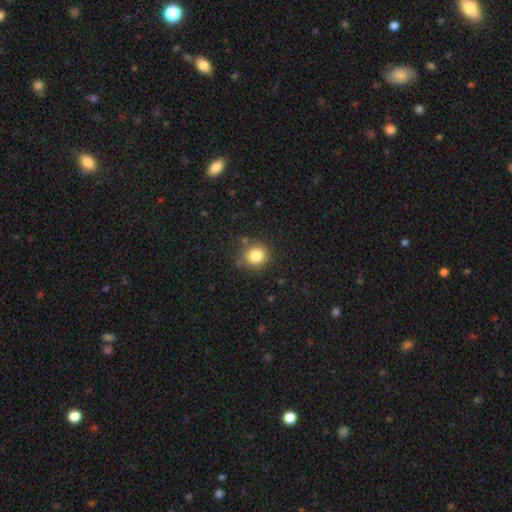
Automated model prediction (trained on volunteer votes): A smooth galaxy with no disk features (83%) that is round (78%). Merging: none (79%).